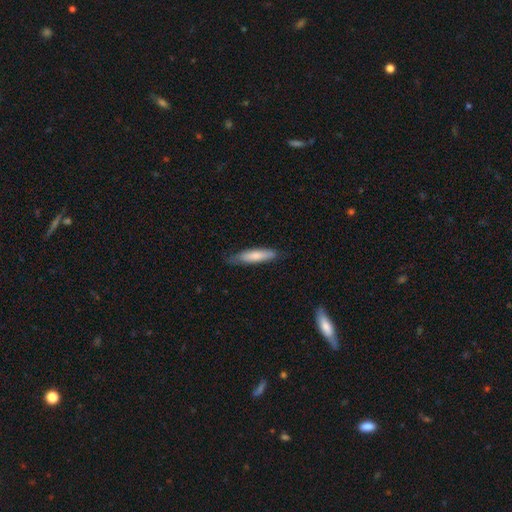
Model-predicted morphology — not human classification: Overall: smooth (76%). How rounded: cigar-shaped (75%). Merging: none (72%).